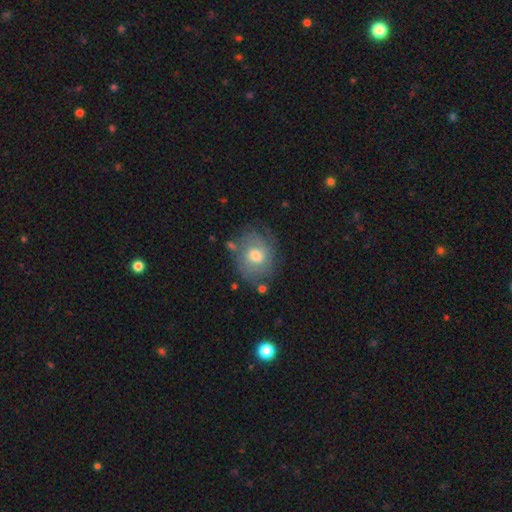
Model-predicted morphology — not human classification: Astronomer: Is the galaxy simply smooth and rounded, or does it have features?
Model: featured or disk — 55% (runner-up: smooth, 37%).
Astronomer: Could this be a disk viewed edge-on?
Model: no — 97%.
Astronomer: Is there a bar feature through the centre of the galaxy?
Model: no — 63%.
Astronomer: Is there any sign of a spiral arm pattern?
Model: yes — 77%.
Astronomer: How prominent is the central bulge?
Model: moderate — 70%.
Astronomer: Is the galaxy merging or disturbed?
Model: none — 71%.